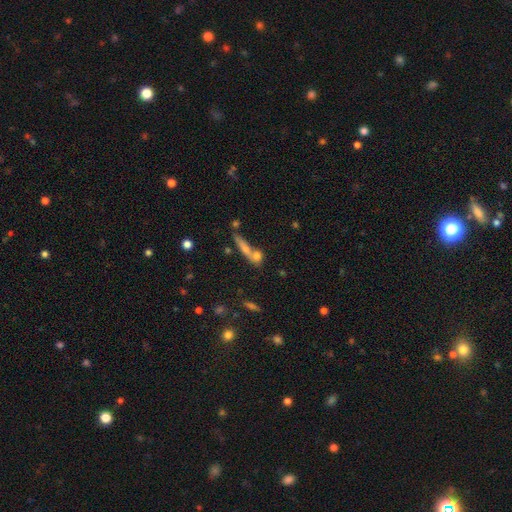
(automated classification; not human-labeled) Smooth or featured?
  - smooth: 64% *
  - featured or disk: 24%
  - star or artifact: 12%
How rounded?
  - cigar-shaped: 51% *
  - in between: 28%
  - round: 22%
Merging?
  - none: 46% *
  - merger: 38%
  - minor disturbance: 10%
  - major disturbance: 6%